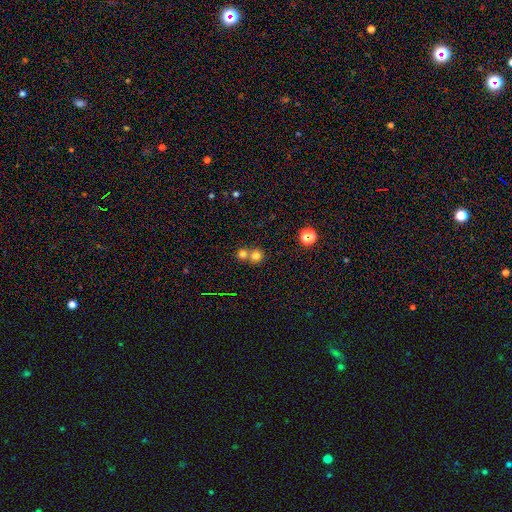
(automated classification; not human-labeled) Morphology: type=smooth (75%); roundness=round (89%); merging=none (49%).